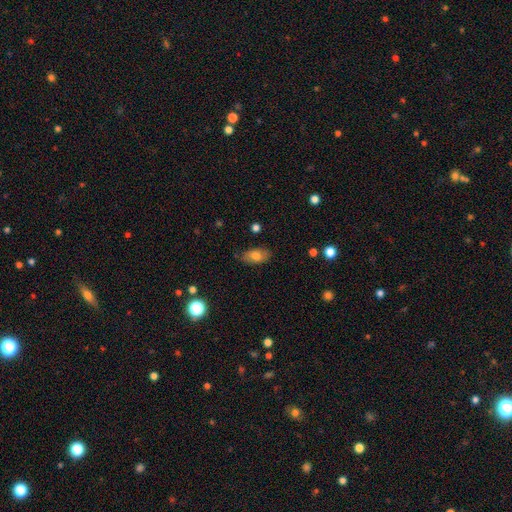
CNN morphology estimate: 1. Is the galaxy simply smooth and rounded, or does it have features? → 74% smooth, 18% featured or disk, 8% star or artifact.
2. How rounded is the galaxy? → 90% in between, 6% round, 3% cigar-shaped.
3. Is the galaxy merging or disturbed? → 80% none, 15% minor disturbance, 3% major disturbance, 1% merger.